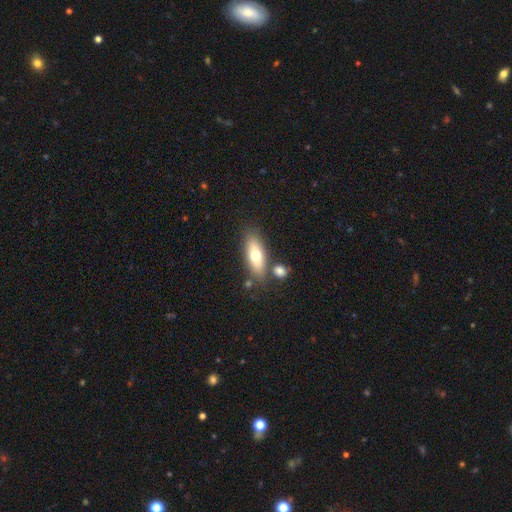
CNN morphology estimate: smooth-or-featured: smooth: 67% | featured or disk: 26% | star or artifact: 7%
  how-rounded: in between: 70% | cigar-shaped: 26% | round: 4%
  merging: none: 72% | minor disturbance: 12% | merger: 12% | major disturbance: 4%